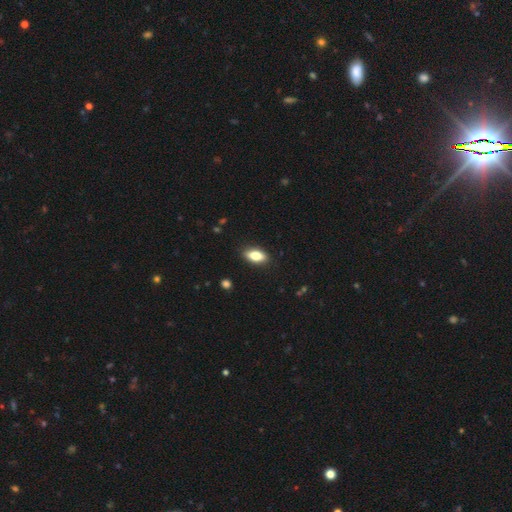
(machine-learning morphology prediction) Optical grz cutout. It shows a smooth galaxy with no disk features (79%) that is in between round and cigar-shaped (85%). Merging: none (88%).